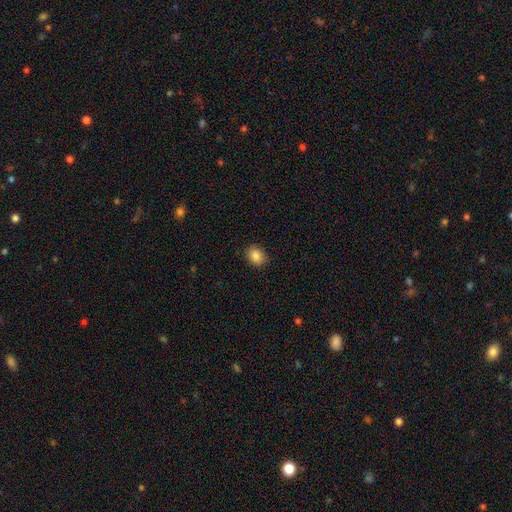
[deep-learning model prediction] smooth-or-featured: smooth: 86% | star or artifact: 9% | featured or disk: 5%
  how-rounded: in between: 55% | round: 44% | cigar-shaped: 1%
  merging: none: 88% | minor disturbance: 9% | major disturbance: 2% | merger: 1%